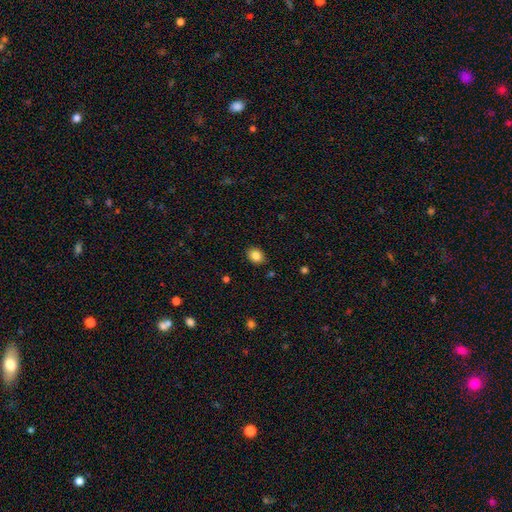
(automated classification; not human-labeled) A smooth galaxy with no disk features (85%) that is round (51%).

Vote fractions:
- Smooth or featured? smooth: 85% / star or artifact: 10% / featured or disk: 6%
- How rounded? round: 51% / in between: 48% / cigar-shaped: 1%
- Merging? none: 88% / minor disturbance: 9% / major disturbance: 2% / merger: 1%